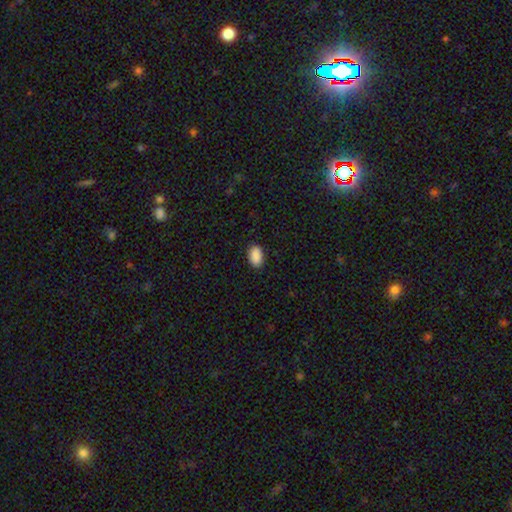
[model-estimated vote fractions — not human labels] This appears to be a smooth galaxy with no disk features (90%) that is in between round and cigar-shaped (92%). Merging: none (88%).